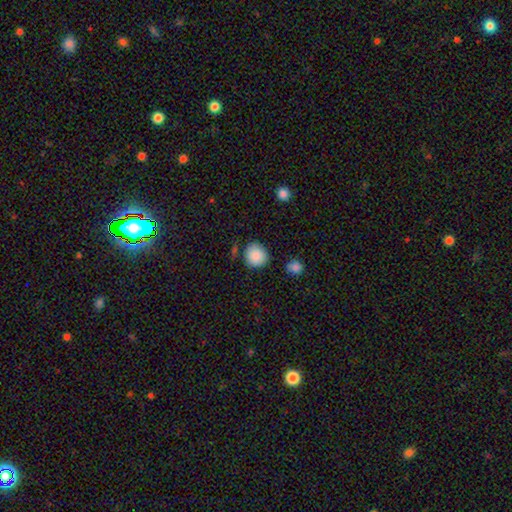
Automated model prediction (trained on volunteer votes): Overall: smooth (88%). How rounded: round (88%). Merging: none (79%).